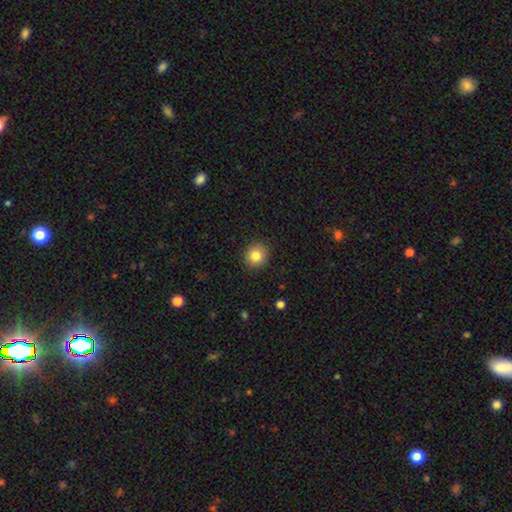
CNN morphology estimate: type=smooth (83%); roundness=round (89%); merging=none (91%).